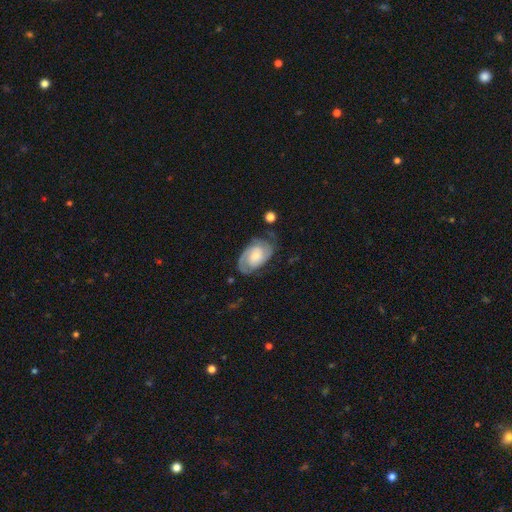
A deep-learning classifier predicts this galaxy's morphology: smooth-or-featured: featured or disk: 73% | smooth: 21% | star or artifact: 6%
  disk-edge-on: no: 96% | yes: 4%
    bar: no: 63% | weak: 31% | strong: 6%
    has-spiral-arms: yes: 92% | no: 8%
      spiral-winding: tight: 49% | medium: 39% | loose: 12%
      spiral-arm-count: 2: 71% | can't tell: 15% | 1: 6% | 3: 5% | 4: 2% | more than 4: 2%
    bulge-size: small: 46% | moderate: 35% | large: 10% | none: 7% | dominant: 2%
  merging: none: 64% | minor disturbance: 23% | major disturbance: 11% | merger: 2%